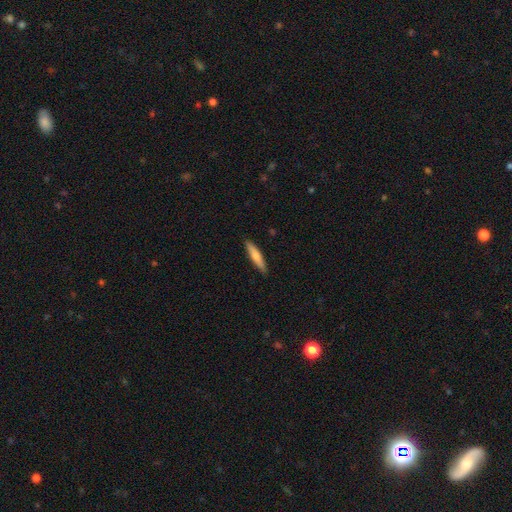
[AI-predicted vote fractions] Overall: smooth (69%). How rounded: cigar-shaped (86%). Merging: none (90%).